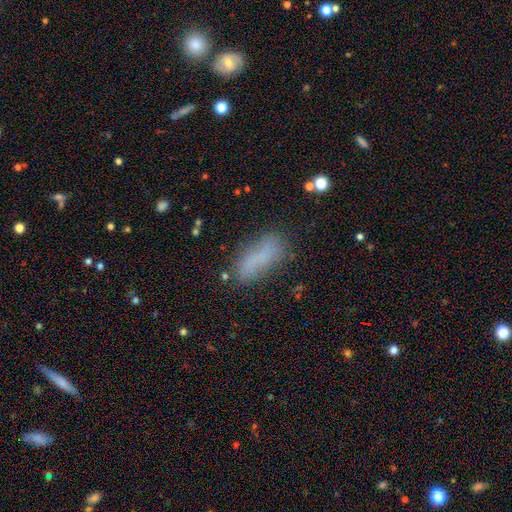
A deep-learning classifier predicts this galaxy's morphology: smooth_or_featured: smooth (p=0.69) [alt: featured or disk p=0.16]
how_rounded: in between (p=0.65) [alt: cigar-shaped p=0.31]
merging: none (p=0.72) [alt: minor disturbance p=0.18]